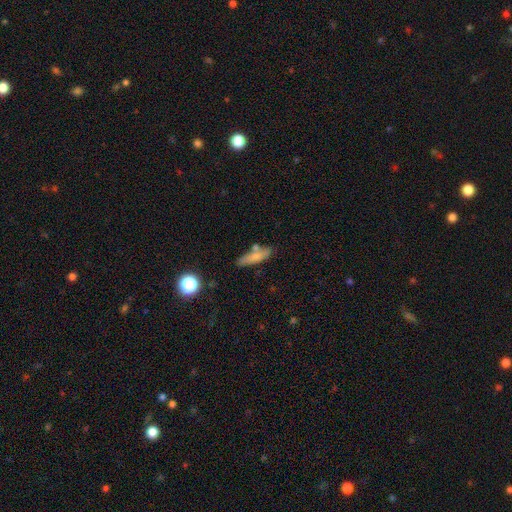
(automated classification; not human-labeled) smooth 73%, featured or disk 19%, star or artifact 8%. Down the decision tree: how rounded — cigar-shaped (64%); merging — none (70%).